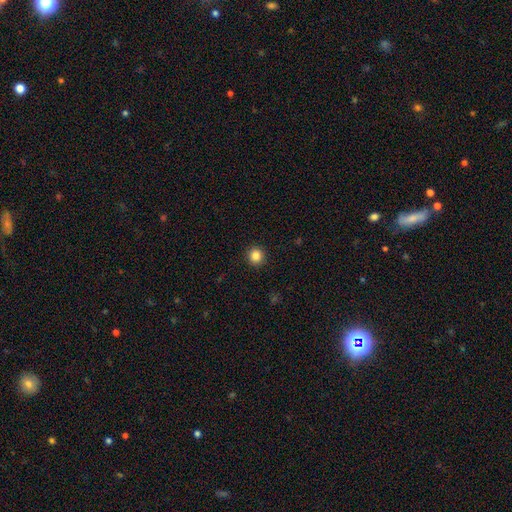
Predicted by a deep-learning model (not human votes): smooth_or_featured: smooth (p=0.84) [alt: star or artifact p=0.11]
how_rounded: round (p=0.94) [alt: in between p=0.05]
merging: none (p=0.93) [alt: minor disturbance p=0.04]